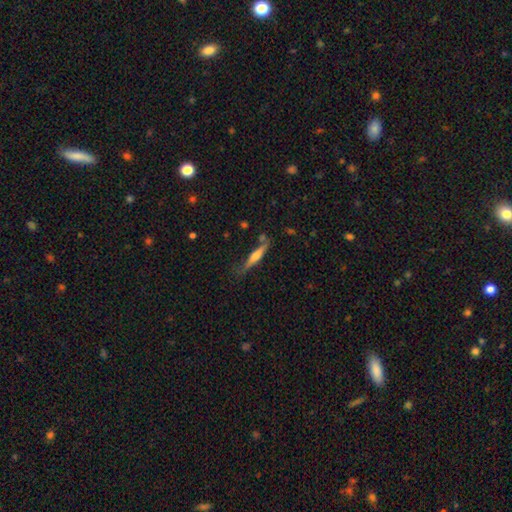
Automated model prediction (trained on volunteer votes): This is possibly a featured or disk galaxy (48%). Merging: likely none (67%).